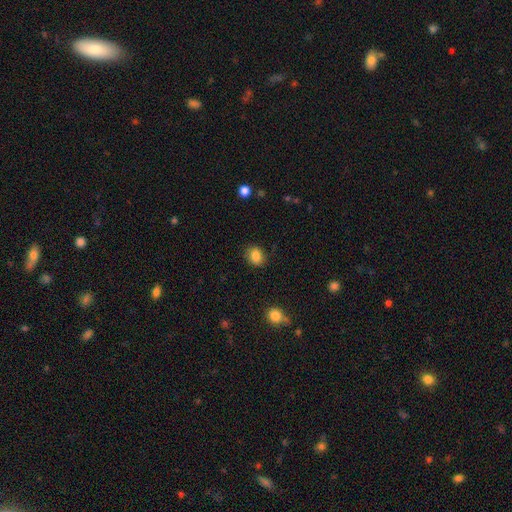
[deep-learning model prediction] Q: Smooth or featured?
A: smooth (85%); runner-up: star or artifact (10%)
Q: How rounded?
A: round (52%); runner-up: in between (47%)
Q: Merging?
A: none (83%); runner-up: minor disturbance (12%)